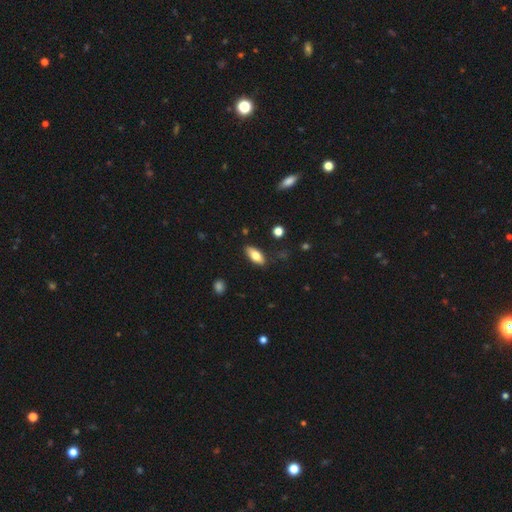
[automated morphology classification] A smooth galaxy with no disk features (75%) that is in between round and cigar-shaped (81%).

Vote fractions:
- Smooth or featured? smooth: 75% / featured or disk: 18% / star or artifact: 7%
- How rounded? in between: 81% / cigar-shaped: 17% / round: 2%
- Merging? none: 83% / minor disturbance: 13% / major disturbance: 3% / merger: 2%